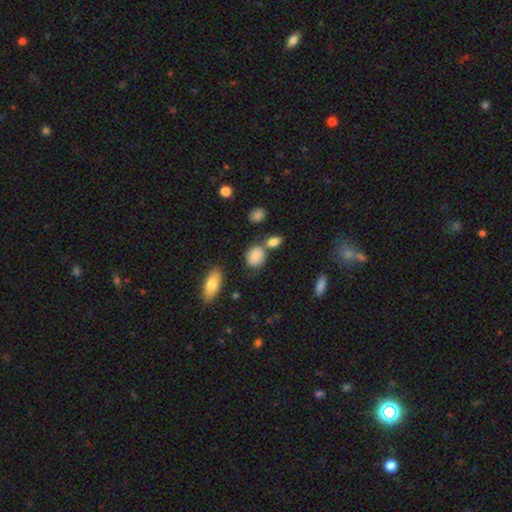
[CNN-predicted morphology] A smooth galaxy with no disk features (81%) that is round (59%).

Vote fractions:
- Smooth or featured? smooth: 81% / featured or disk: 10% / star or artifact: 9%
- How rounded? round: 59% / in between: 39% / cigar-shaped: 2%
- Merging? none: 59% / merger: 18% / minor disturbance: 17% / major disturbance: 5%